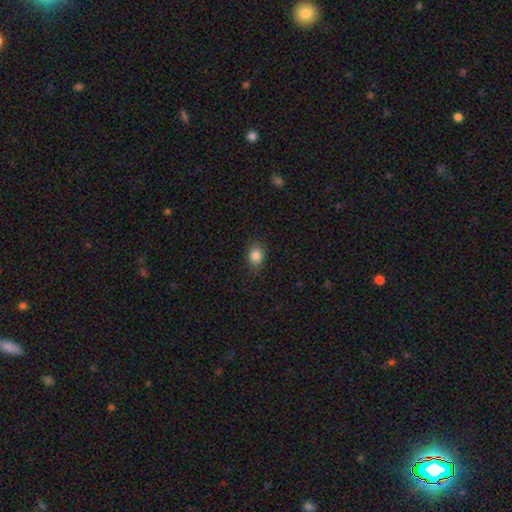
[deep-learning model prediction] This appears to be a smooth galaxy with no disk features (84%) that is round (51%). Merging: none (80%).